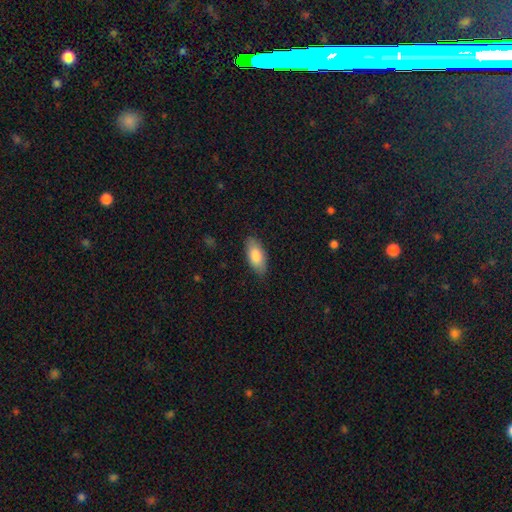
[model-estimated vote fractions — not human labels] smooth_or_featured: smooth (p=0.83) [alt: featured or disk p=0.11]
how_rounded: in between (p=0.89) [alt: cigar-shaped p=0.09]
merging: none (p=0.84) [alt: minor disturbance p=0.12]